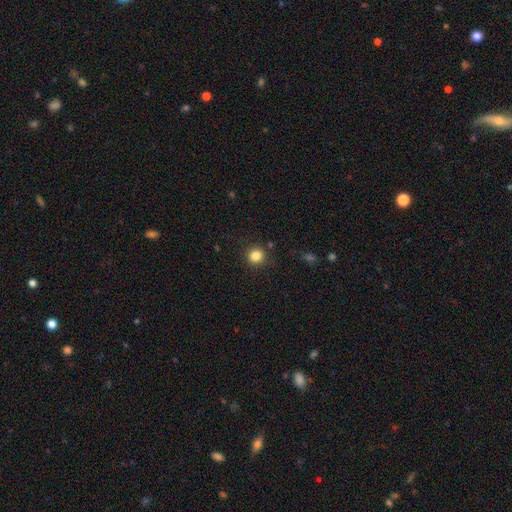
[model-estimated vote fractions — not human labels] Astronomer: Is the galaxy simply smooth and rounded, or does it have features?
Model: smooth — 84%.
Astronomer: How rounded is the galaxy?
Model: round — 91%.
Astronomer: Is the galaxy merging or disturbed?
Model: none — 89%.